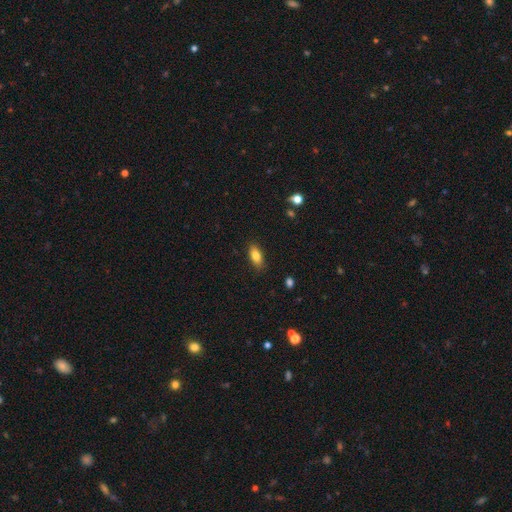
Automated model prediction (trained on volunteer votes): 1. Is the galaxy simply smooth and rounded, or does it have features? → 81% smooth, 11% featured or disk, 8% star or artifact.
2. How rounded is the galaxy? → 82% in between, 15% cigar-shaped, 3% round.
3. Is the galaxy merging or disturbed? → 85% none, 12% minor disturbance, 3% major disturbance, 1% merger.